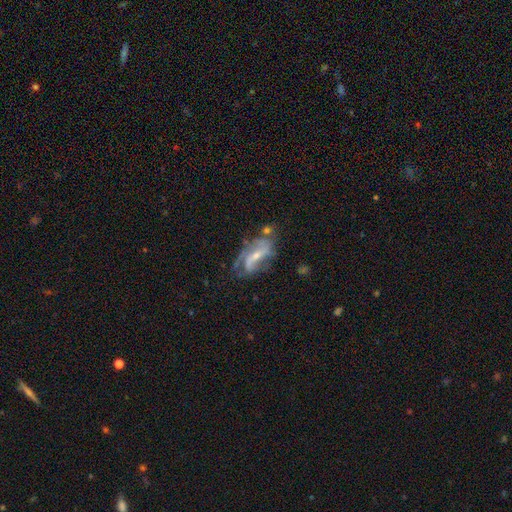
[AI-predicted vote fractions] Overall: featured or disk (79%). Edge-on disk: no (92%). Bar: weak (39%; strong 33%). Spiral arms: yes (89%). Spiral arm count: 2 (64%). Spiral winding: loose (42%; medium 39%). Bulge size: small (59%; moderate 35%). Merging: none (48%; minor disturbance 25%).